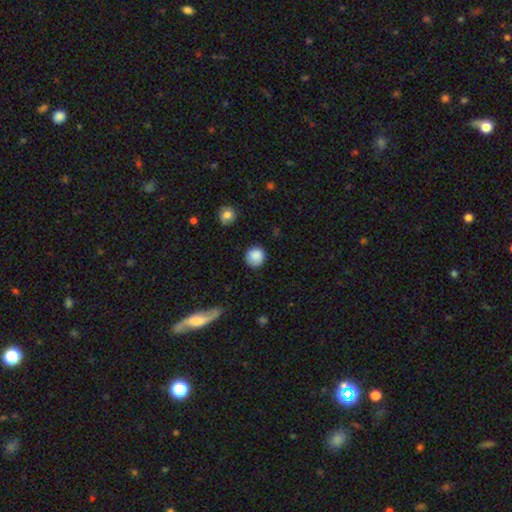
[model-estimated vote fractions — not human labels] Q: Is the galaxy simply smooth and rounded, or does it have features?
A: smooth — 87%.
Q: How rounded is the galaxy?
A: round — 91%.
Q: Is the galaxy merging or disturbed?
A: none — 84%.